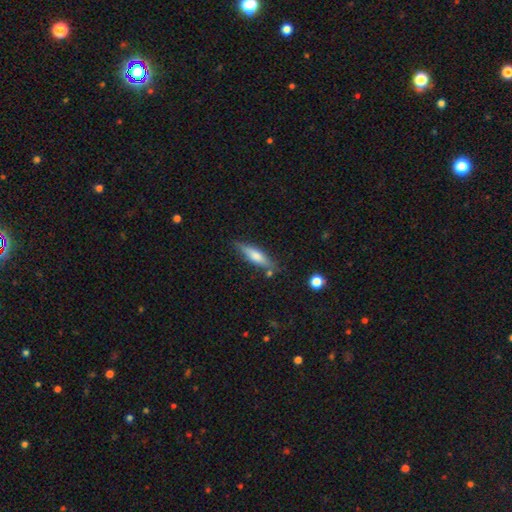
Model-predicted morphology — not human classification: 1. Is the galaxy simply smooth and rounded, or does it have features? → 55% smooth, 38% featured or disk, 7% star or artifact.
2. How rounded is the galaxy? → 75% cigar-shaped, 23% in between, 2% round.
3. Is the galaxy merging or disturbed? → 81% none, 13% minor disturbance, 3% merger, 3% major disturbance.